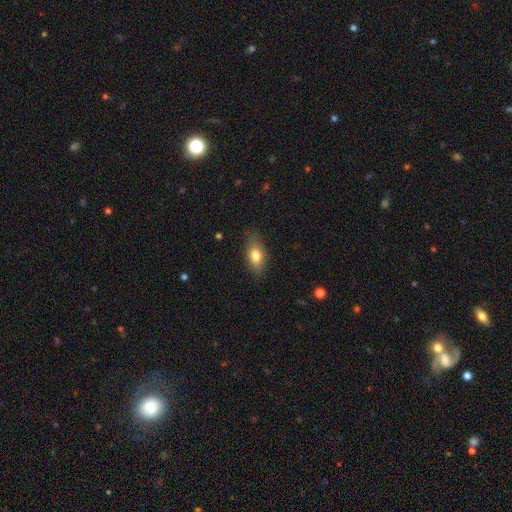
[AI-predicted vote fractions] This is likely a smooth galaxy (77%). How rounded: clearly in between (84%). Merging: likely none (78%).